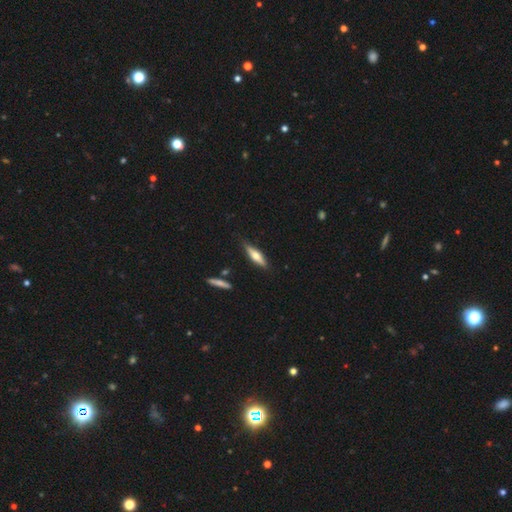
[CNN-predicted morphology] Q: Smooth or featured?
A: smooth (54%); runner-up: featured or disk (41%)
Q: How rounded?
A: cigar-shaped (68%); runner-up: in between (30%)
Q: Merging?
A: none (84%); runner-up: minor disturbance (12%)